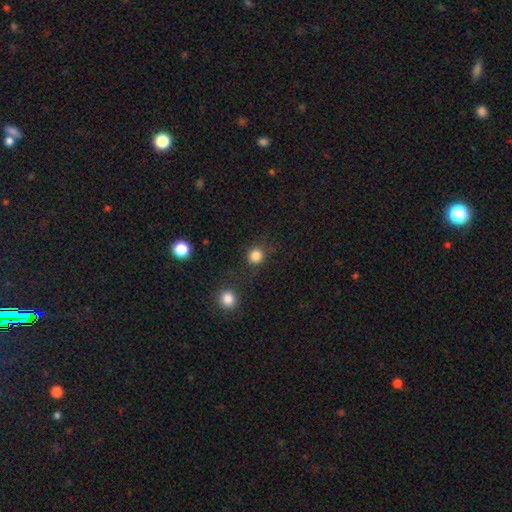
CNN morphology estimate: This appears to be a smooth galaxy with no disk features (83%) that is round (92%). Merging: none (83%).